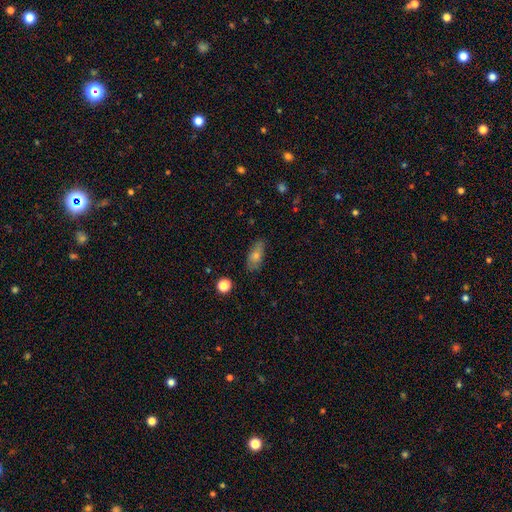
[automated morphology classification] A smooth galaxy with no disk features (62%) that is in between round and cigar-shaped (75%).

Vote fractions:
- Smooth or featured? smooth: 62% / featured or disk: 25% / star or artifact: 13%
- How rounded? in between: 75% / cigar-shaped: 18% / round: 7%
- Merging? none: 76% / minor disturbance: 18% / major disturbance: 4% / merger: 2%